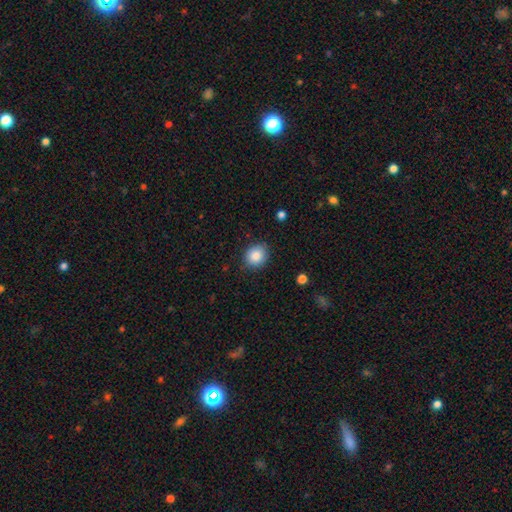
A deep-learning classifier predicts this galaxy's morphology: This is clearly a smooth galaxy (86%). How rounded: likely round (77%). Merging: clearly none (84%).